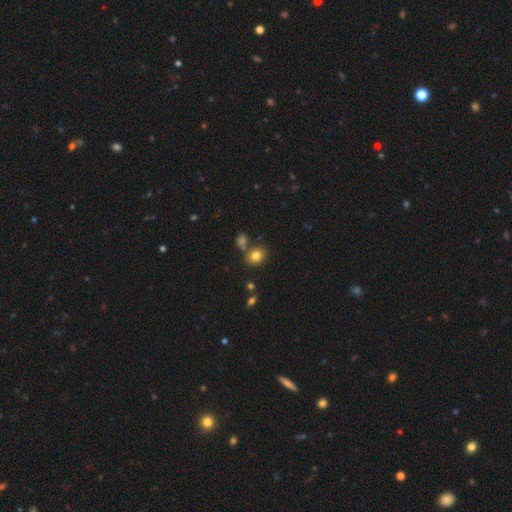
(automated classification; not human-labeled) Smooth or featured? Predicted: smooth (p=0.80). How rounded? Predicted: round (p=0.61). Merging? Predicted: none (p=0.68).